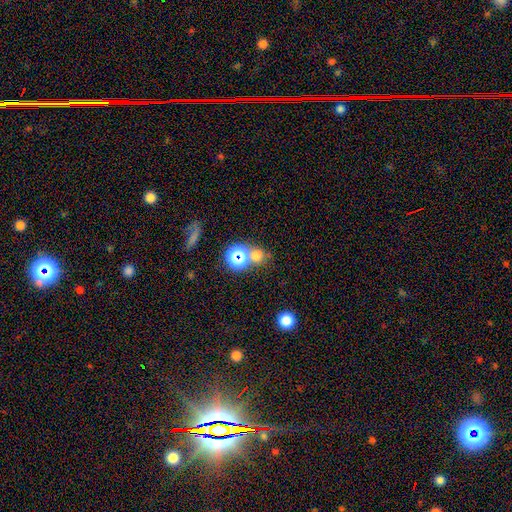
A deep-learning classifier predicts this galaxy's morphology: Overall: smooth (56%; star or artifact 35%). How rounded: round (74%). Merging: none (55%; merger 31%).